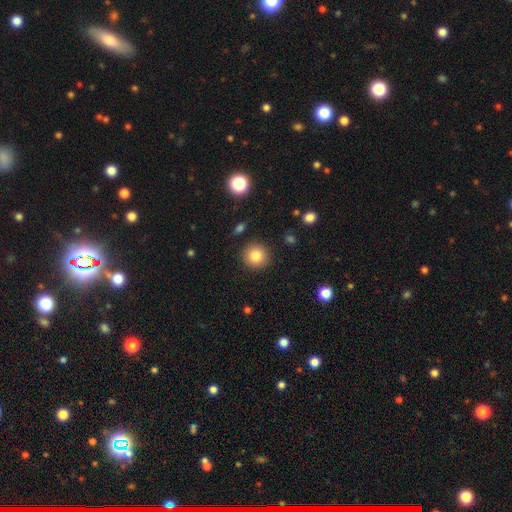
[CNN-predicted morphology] The model was most divided on "smooth or featured": smooth: 83%, star or artifact: 10%, featured or disk: 7%. More confident: how rounded — round (94%); merging — none (90%).